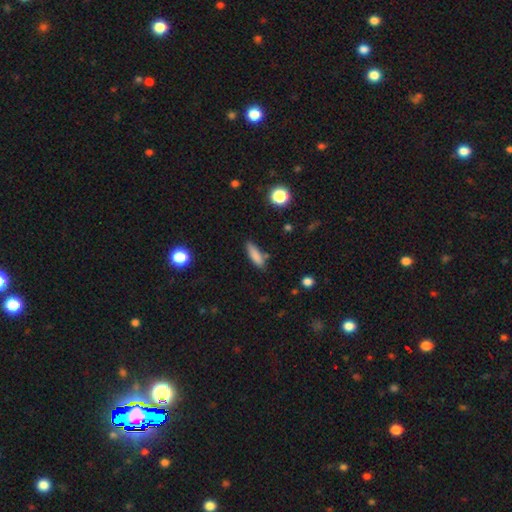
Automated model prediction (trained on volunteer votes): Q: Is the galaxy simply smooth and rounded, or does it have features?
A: smooth — 83%.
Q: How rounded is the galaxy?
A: cigar-shaped — 58%.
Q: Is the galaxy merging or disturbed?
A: none — 79%.